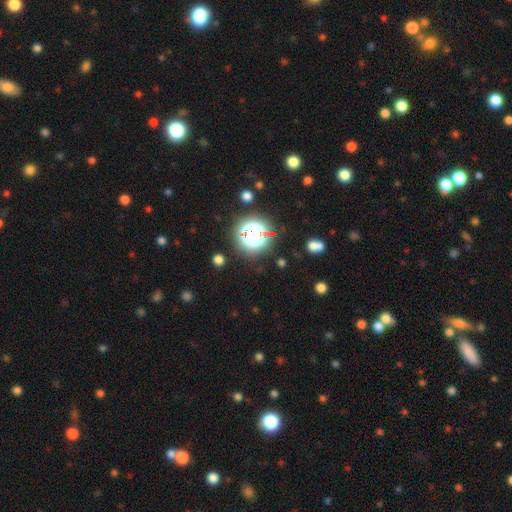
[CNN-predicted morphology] smooth-or-featured: star or artifact: 77% | smooth: 16% | featured or disk: 7%